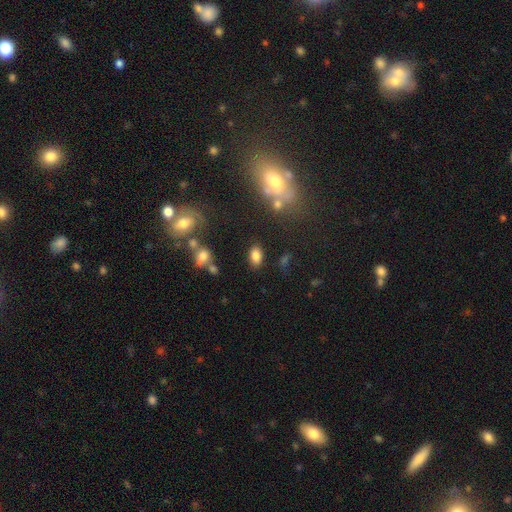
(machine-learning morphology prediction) A smooth galaxy with no disk features (81%) that is in between round and cigar-shaped (90%). Merging: none (81%).